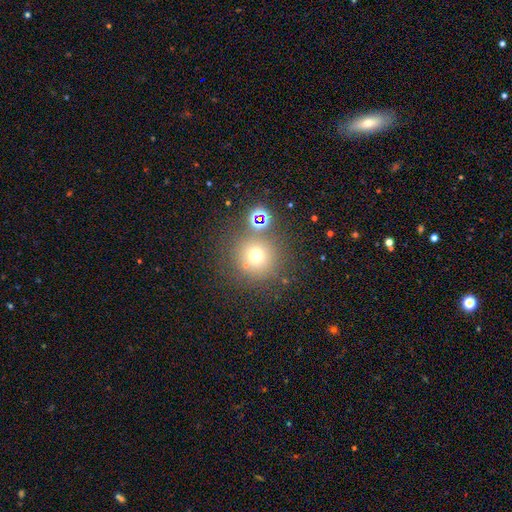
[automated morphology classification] Overall: smooth (67%). How rounded: round (94%). Merging: none (77%).